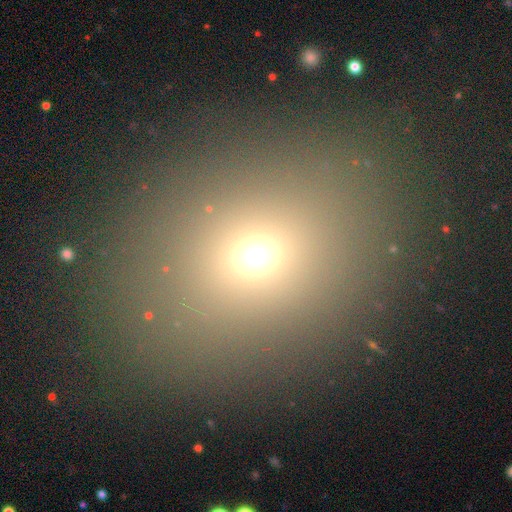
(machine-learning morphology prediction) smooth_or_featured: smooth (p=0.66) [alt: star or artifact p=0.23]
how_rounded: in between (p=0.50) [alt: round p=0.49]
merging: none (p=0.84) [alt: minor disturbance p=0.09]